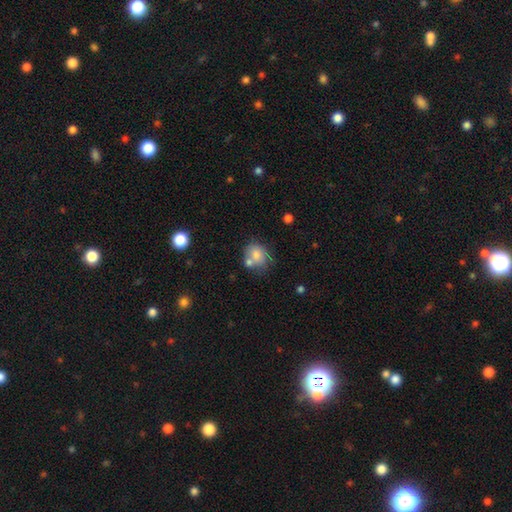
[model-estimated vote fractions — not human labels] smooth 76%, featured or disk 14%, star or artifact 9%. Down the decision tree: how rounded — round (67%); merging — none (50%).